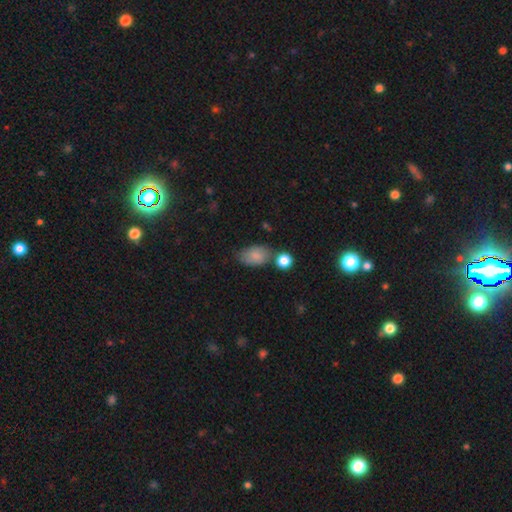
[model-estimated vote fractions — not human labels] Morphology: type=smooth (80%); roundness=in between (88%); merging=none (58%).